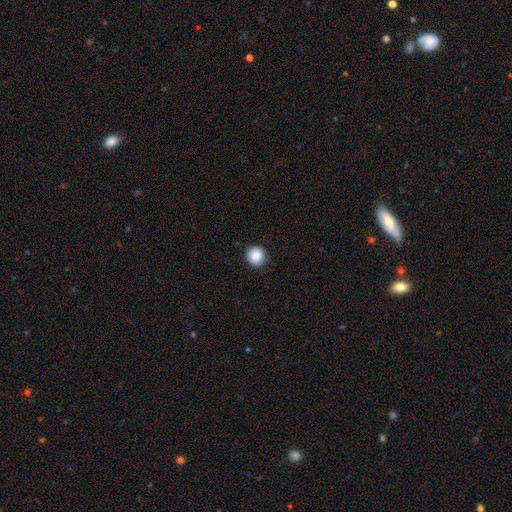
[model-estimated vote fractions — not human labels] smooth 87%, star or artifact 9%, featured or disk 4%. Down the decision tree: how rounded — round (93%); merging — none (90%).